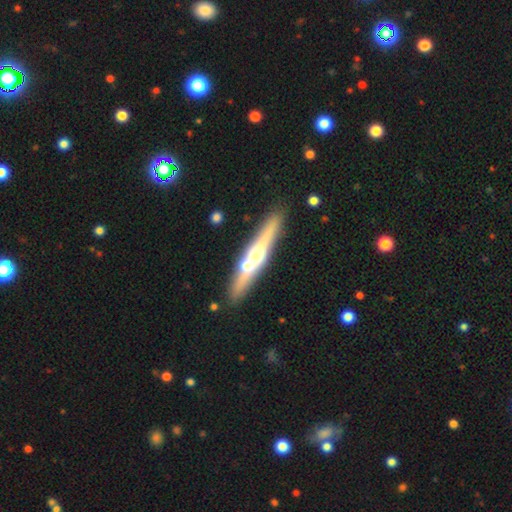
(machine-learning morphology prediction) Smooth or featured: featured or disk — 59% (smooth — 34%)
Edge-on disk: yes — 91% (no — 9%)
Edge-on bulge: rounded — 92% (none — 5%)
Merging: none — 75% (merger — 13%)